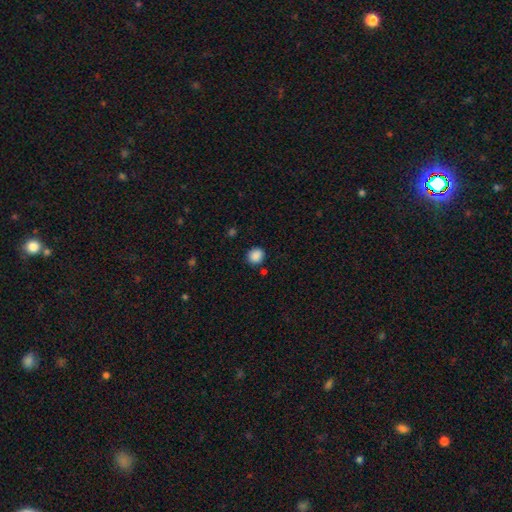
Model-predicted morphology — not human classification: This appears to be a smooth galaxy with no disk features (88%) that is round (84%). Merging: none (84%).